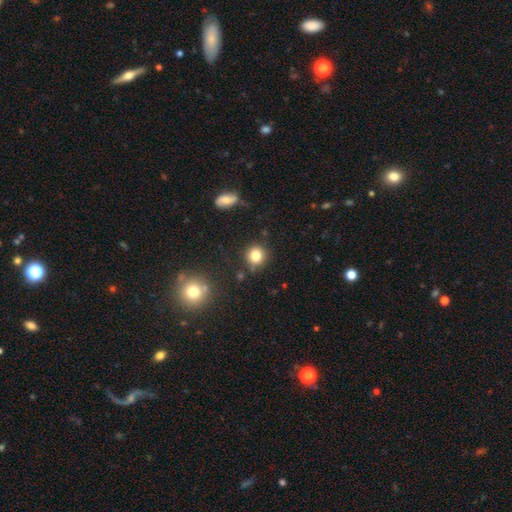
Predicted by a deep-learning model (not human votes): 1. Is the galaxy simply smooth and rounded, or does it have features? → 81% smooth, 12% star or artifact, 6% featured or disk.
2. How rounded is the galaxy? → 89% round, 10% in between, 1% cigar-shaped.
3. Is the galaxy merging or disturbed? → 82% none, 11% minor disturbance, 4% merger, 3% major disturbance.